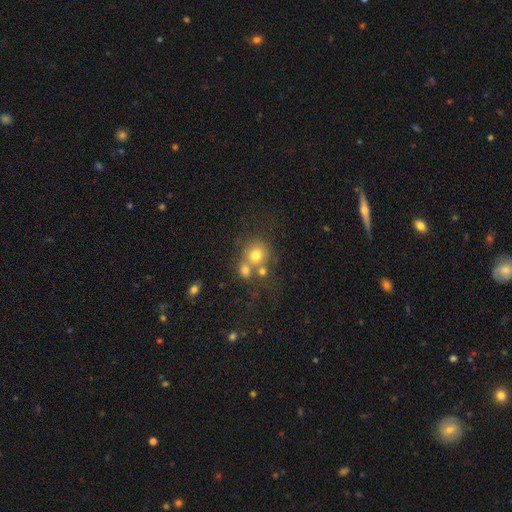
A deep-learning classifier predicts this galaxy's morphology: A smooth galaxy with no disk features (71%) that is round (85%). Merging: none (47%).